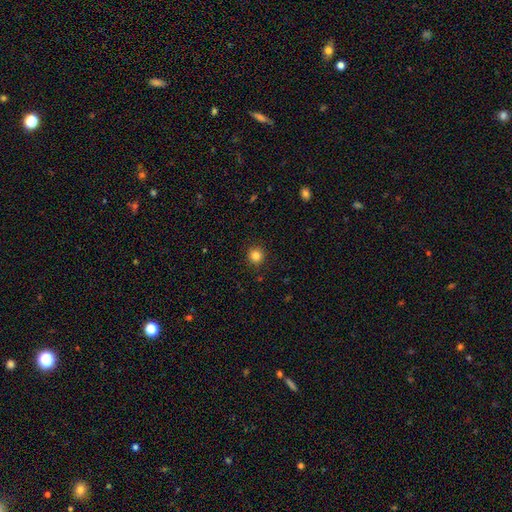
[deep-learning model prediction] This appears to be a smooth galaxy with no disk features (84%) that is round (94%). Merging: none (91%).